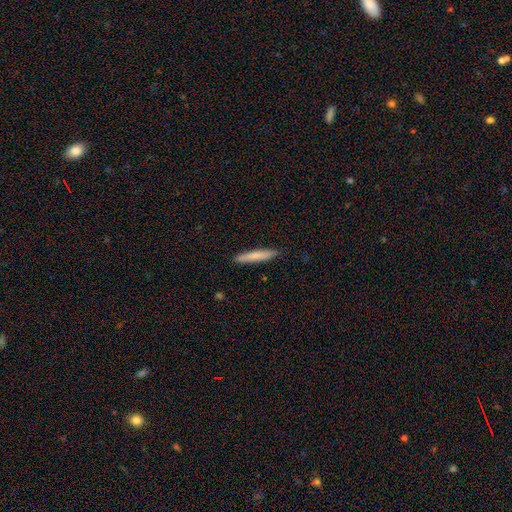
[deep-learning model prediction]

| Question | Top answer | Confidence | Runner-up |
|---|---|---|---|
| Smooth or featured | smooth | 76% | featured or disk (18%) |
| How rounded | cigar-shaped | 94% | in between (5%) |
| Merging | none | 89% | minor disturbance (9%) |